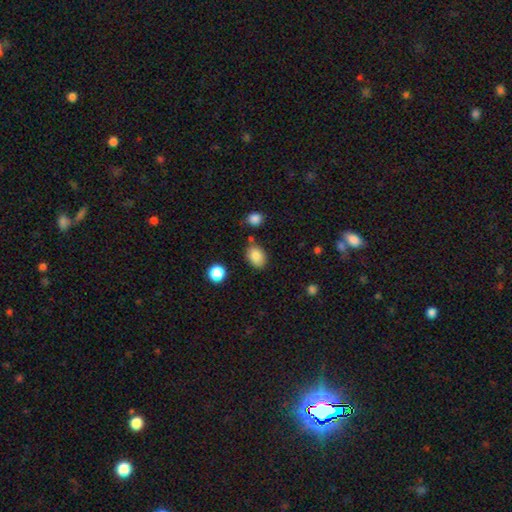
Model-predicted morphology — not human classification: Smooth or featured? smooth (85%)
How rounded? in between (72%)
Merging? none (77%)